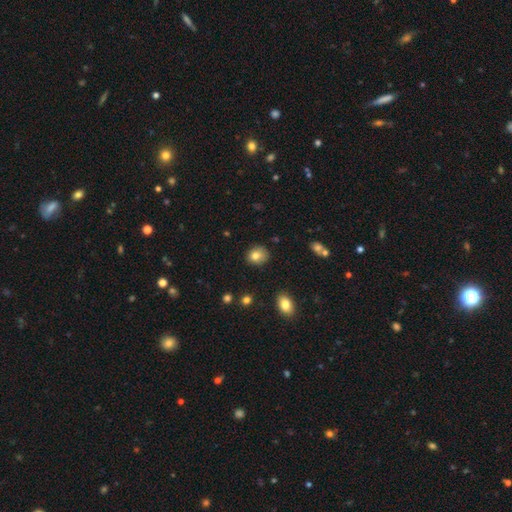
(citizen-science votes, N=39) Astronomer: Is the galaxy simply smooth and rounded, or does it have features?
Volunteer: smooth — 87%.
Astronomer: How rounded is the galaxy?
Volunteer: round — 53% (runner-up: in between, 47%).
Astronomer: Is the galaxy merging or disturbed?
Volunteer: none — 54% (runner-up: minor disturbance, 35%).